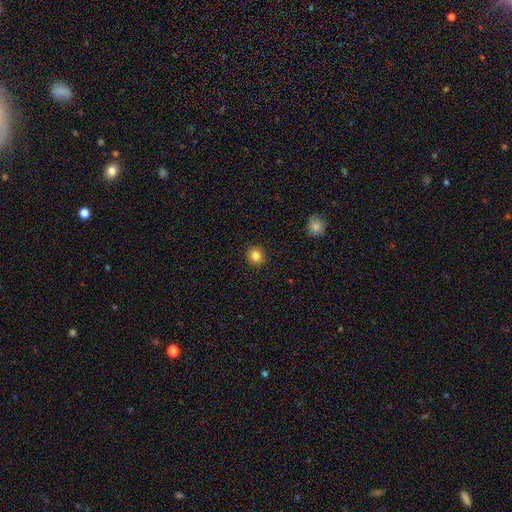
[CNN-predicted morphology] Smooth or featured? Predicted: smooth (p=0.83). How rounded? Predicted: round (p=0.89). Merging? Predicted: none (p=0.92).